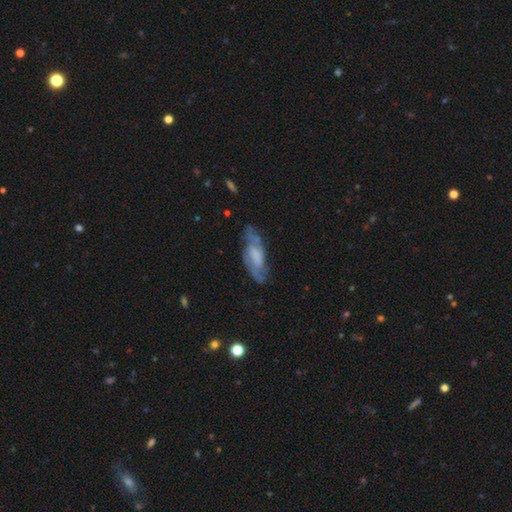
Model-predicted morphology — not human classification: Smooth or featured? featured or disk (62%)
Edge-on disk? no (82%)
Bar? no (58%)
Spiral arms? yes (72%)
Bulge size? none (41%)
Merging? none (59%)